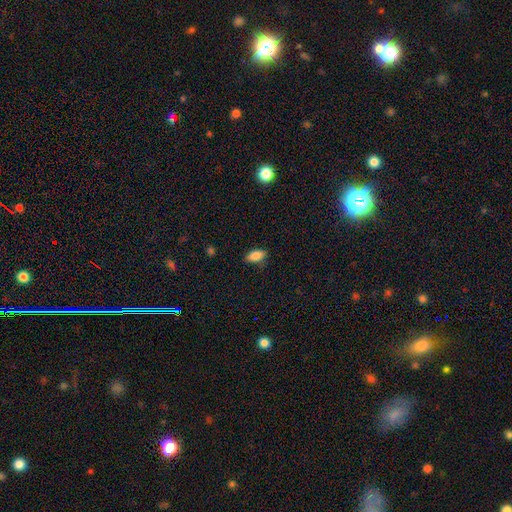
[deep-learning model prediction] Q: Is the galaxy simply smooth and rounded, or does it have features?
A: smooth — 85%.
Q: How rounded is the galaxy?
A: in between — 91%.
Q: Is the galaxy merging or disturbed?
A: none — 83%.